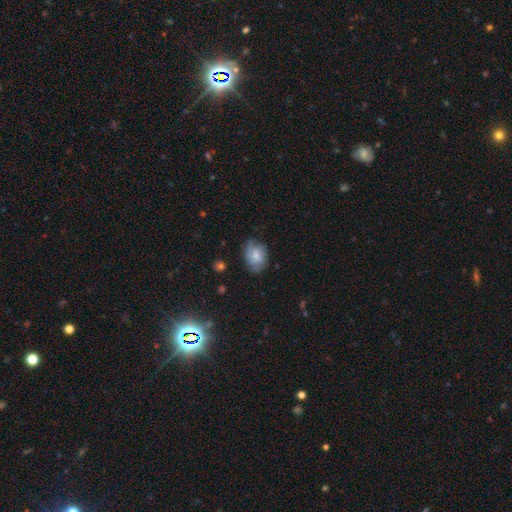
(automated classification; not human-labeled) A smooth galaxy with no disk features (53%) that is in between round and cigar-shaped (66%).

Vote fractions:
- Smooth or featured? smooth: 53% / featured or disk: 38% / star or artifact: 8%
- How rounded? in between: 66% / round: 33% / cigar-shaped: 1%
- Merging? none: 65% / minor disturbance: 26% / major disturbance: 8% / merger: 1%